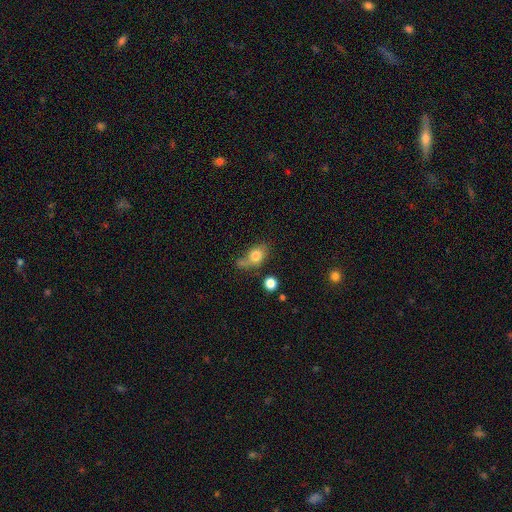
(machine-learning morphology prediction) A smooth galaxy with no disk features (74%) that is in between round and cigar-shaped (64%).

Vote fractions:
- Smooth or featured? smooth: 74% / featured or disk: 16% / star or artifact: 10%
- How rounded? in between: 64% / round: 32% / cigar-shaped: 3%
- Merging? none: 37% / minor disturbance: 25% / major disturbance: 22% / merger: 16%